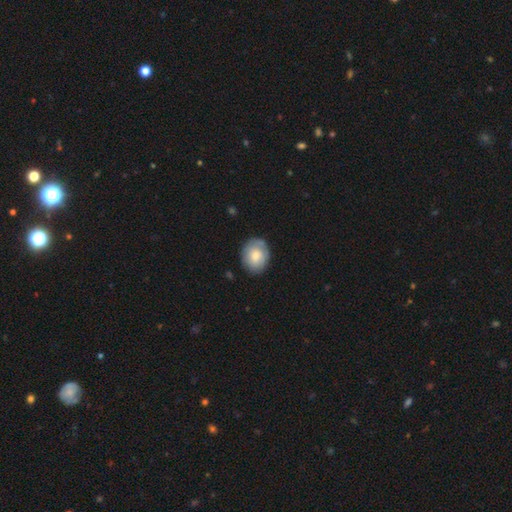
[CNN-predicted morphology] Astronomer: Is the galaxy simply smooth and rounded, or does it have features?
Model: smooth — 73%.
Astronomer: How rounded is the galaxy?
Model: in between — 50% (runner-up: round, 49%).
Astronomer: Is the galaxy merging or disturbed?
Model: none — 76%.